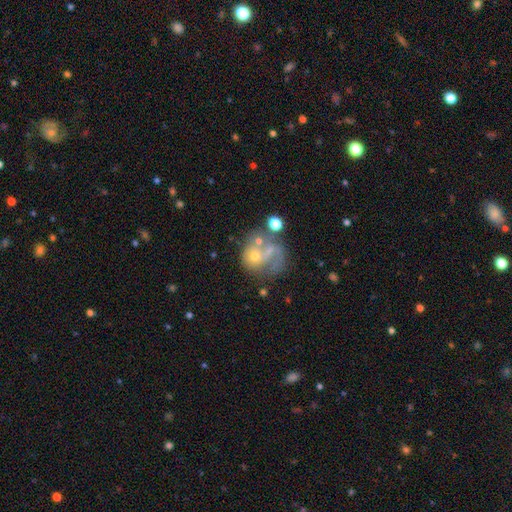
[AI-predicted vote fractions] smooth-or-featured: featured or disk: 53% | smooth: 33% | star or artifact: 14%
  disk-edge-on: no: 98% | yes: 2%
    bar: no: 79% | weak: 17% | strong: 4%
    has-spiral-arms: no: 53% | yes: 47%
    bulge-size: small: 55% | moderate: 24% | none: 17% | large: 2% | dominant: 2%
  merging: major disturbance: 31% | none: 29% | merger: 24% | minor disturbance: 16%